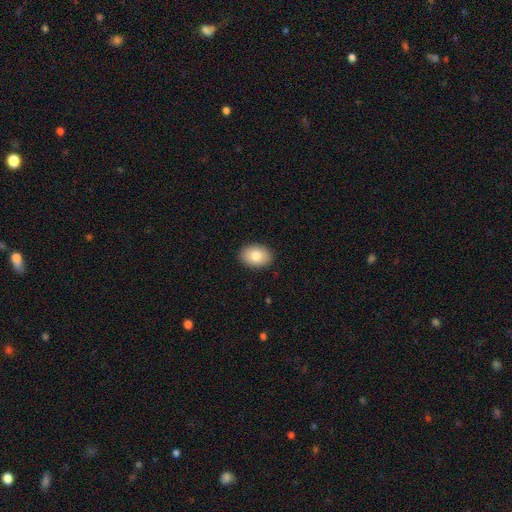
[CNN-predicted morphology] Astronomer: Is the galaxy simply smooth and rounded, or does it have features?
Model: smooth — 84%.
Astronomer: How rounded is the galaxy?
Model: in between — 81%.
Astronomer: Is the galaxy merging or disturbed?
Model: none — 90%.